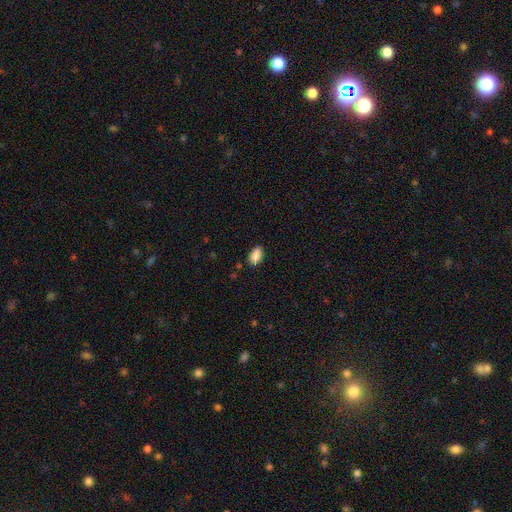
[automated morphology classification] smooth_or_featured: smooth (p=0.87) [alt: star or artifact p=0.07]
how_rounded: in between (p=0.93) [alt: round p=0.04]
merging: none (p=0.87) [alt: minor disturbance p=0.09]